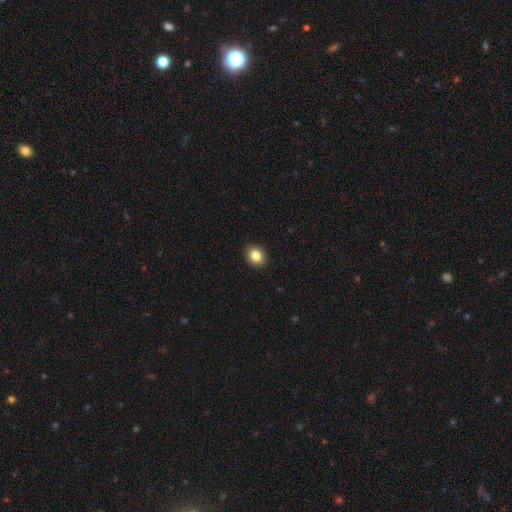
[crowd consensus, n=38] smooth 92%, star or artifact 5%, featured or disk 3%. Down the decision tree: how rounded — round (63%); merging — none (78%).